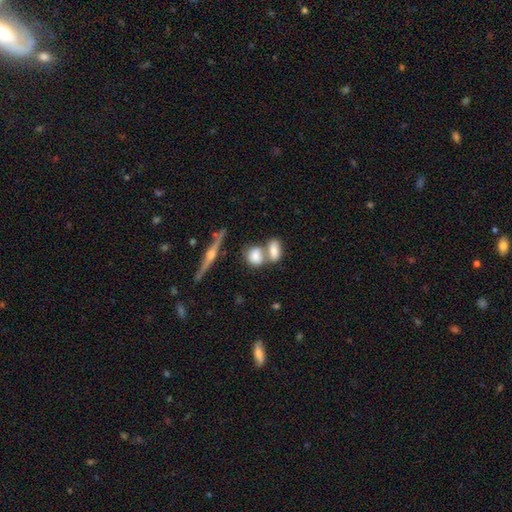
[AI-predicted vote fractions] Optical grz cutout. It shows a smooth galaxy with no disk features (73%) that is in between round and cigar-shaped (63%). Merging: none (45%).